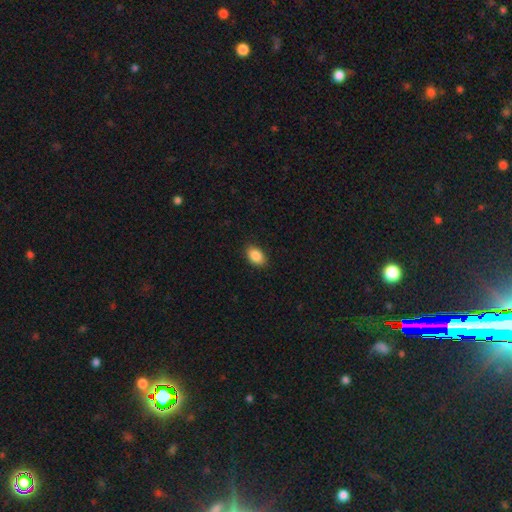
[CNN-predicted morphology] smooth-or-featured: smooth: 88% | star or artifact: 8% | featured or disk: 4%
  how-rounded: in between: 86% | round: 13% | cigar-shaped: 1%
  merging: none: 88% | minor disturbance: 9% | major disturbance: 2% | merger: 1%